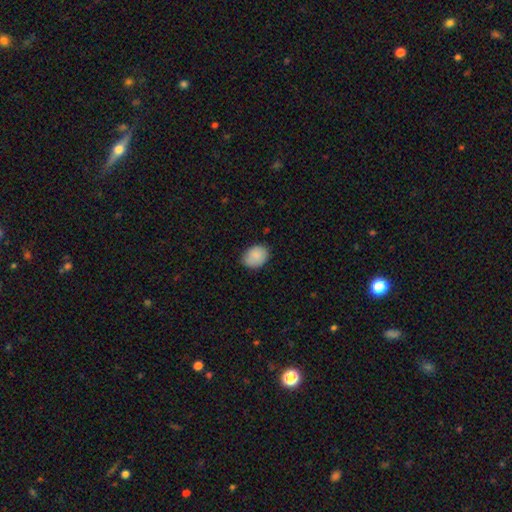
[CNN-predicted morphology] This appears to be a smooth galaxy with no disk features (87%) that is in between round and cigar-shaped (66%). Merging: none (78%).